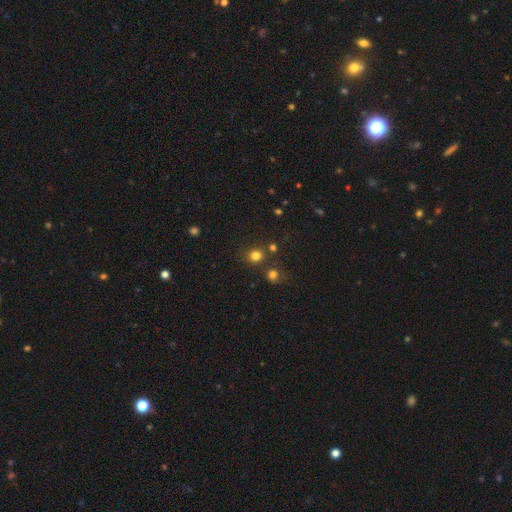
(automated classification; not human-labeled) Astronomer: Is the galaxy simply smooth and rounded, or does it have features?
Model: smooth — 78%.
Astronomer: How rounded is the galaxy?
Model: round — 83%.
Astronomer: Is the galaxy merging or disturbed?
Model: none — 77%.